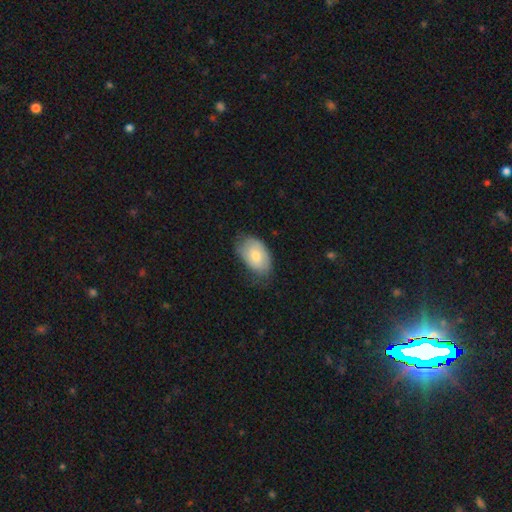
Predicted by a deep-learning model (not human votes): Smooth or featured? Predicted: smooth (p=0.70). How rounded? Predicted: in between (p=0.90). Merging? Predicted: none (p=0.62).